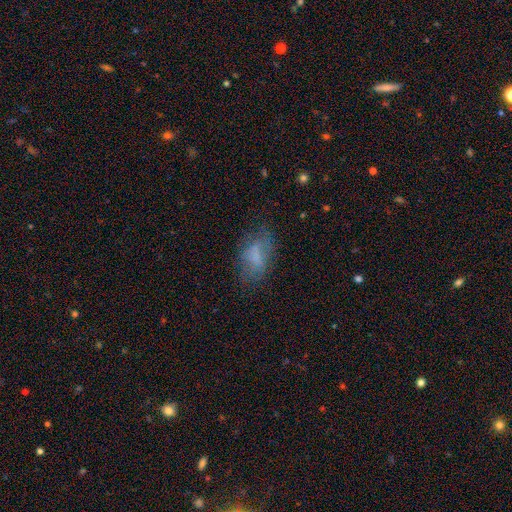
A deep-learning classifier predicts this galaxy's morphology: This is likely a smooth galaxy (63%). How rounded: clearly in between (89%). Merging: possibly none (57%).